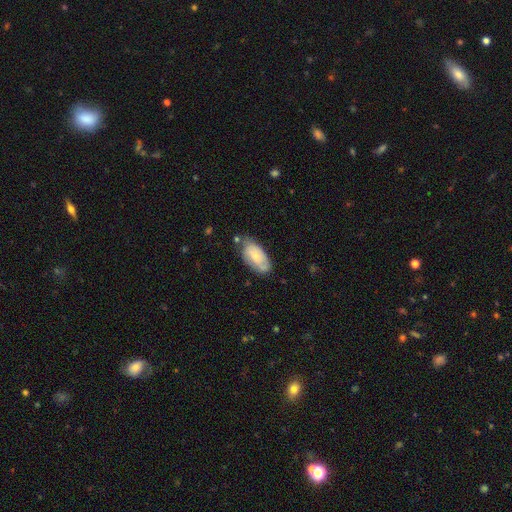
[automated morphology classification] Smooth or featured?
  - smooth: 58% *
  - featured or disk: 36%
  - star or artifact: 7%
How rounded?
  - in between: 92% *
  - cigar-shaped: 5%
  - round: 3%
Merging?
  - none: 61% *
  - minor disturbance: 28%
  - major disturbance: 6%
  - merger: 5%